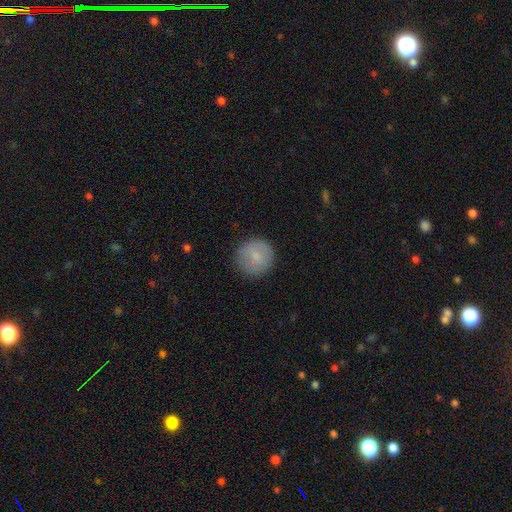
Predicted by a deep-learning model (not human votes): Overall: smooth (75%). How rounded: round (94%). Merging: none (86%).